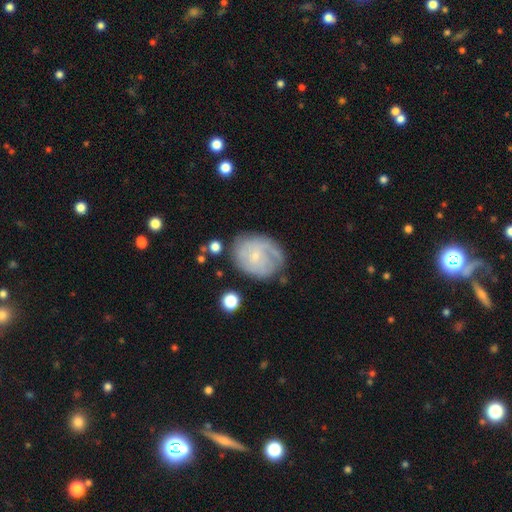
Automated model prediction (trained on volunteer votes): Smooth or featured? featured or disk (66%)
Edge-on disk? no (97%)
Bar? no (70%)
Spiral arms? yes (82%)
Spiral winding? tight (57%)
Spiral arm count? can't tell (50%)
Bulge size? small (80%)
Merging? none (63%)